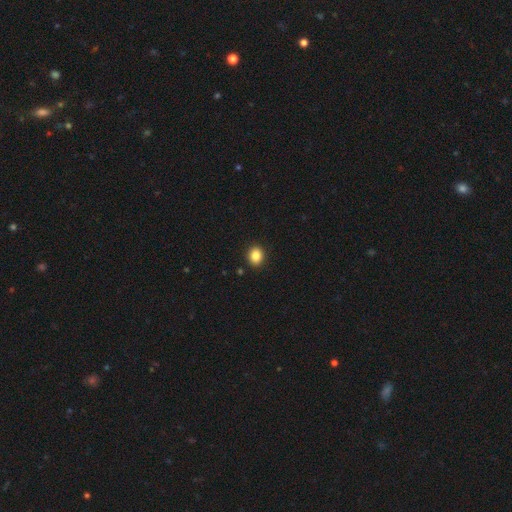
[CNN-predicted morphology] type=smooth (86%); roundness=round (65%); merging=none (91%).